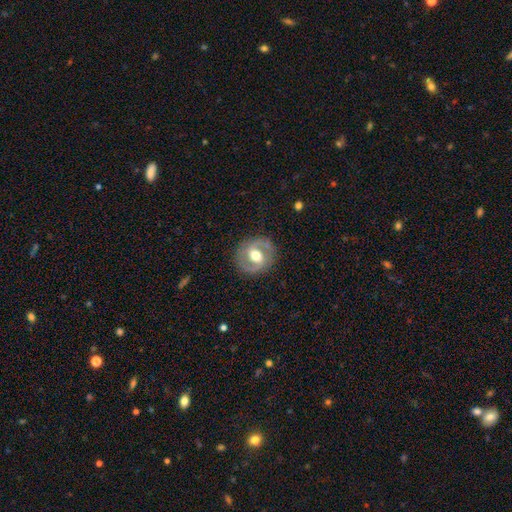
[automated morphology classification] The model was most divided on "bar": weak: 45%, strong: 29%, no: 26%. More confident: edge-on disk — no (97%); spiral arm count — 2 (89%); merging — none (86%); spiral arms — yes (81%); smooth or featured — featured or disk (76%); bulge size — moderate (72%); spiral winding — medium (52%).